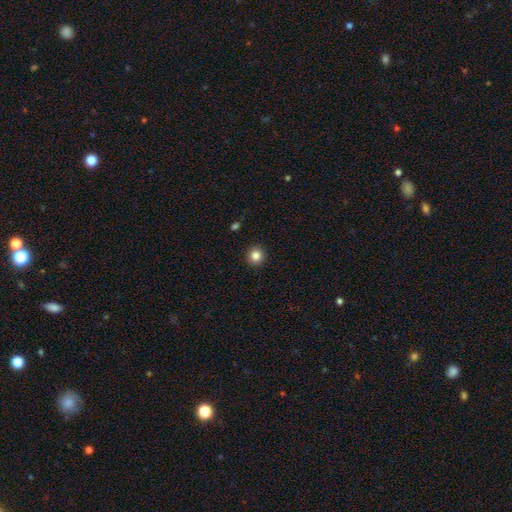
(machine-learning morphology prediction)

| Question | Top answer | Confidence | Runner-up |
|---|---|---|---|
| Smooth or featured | smooth | 84% | star or artifact (11%) |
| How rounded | round | 91% | in between (8%) |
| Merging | none | 92% | minor disturbance (5%) |